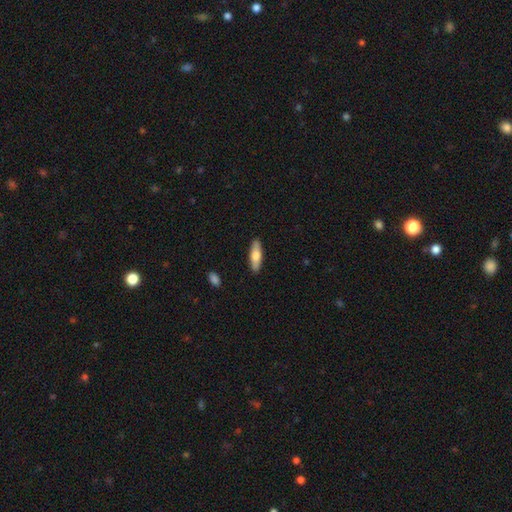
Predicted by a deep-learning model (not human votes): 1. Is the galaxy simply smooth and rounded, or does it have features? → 66% smooth, 28% featured or disk, 6% star or artifact.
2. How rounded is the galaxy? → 53% cigar-shaped, 45% in between, 2% round.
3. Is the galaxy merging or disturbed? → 89% none, 8% minor disturbance, 2% major disturbance, 1% merger.